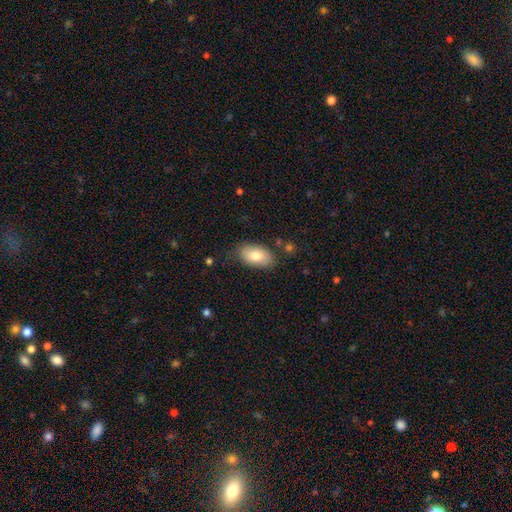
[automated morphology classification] Smooth or featured?
  - smooth: 80% *
  - featured or disk: 14%
  - star or artifact: 7%
How rounded?
  - in between: 93% *
  - round: 5%
  - cigar-shaped: 2%
Merging?
  - none: 77% *
  - minor disturbance: 16%
  - major disturbance: 4%
  - merger: 2%